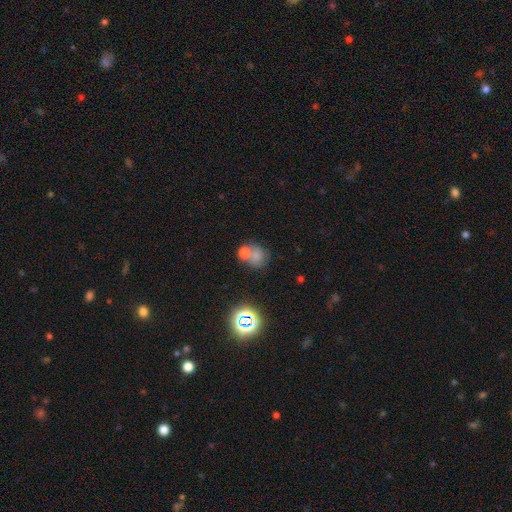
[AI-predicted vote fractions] Smooth or featured?
  - smooth: 66% *
  - star or artifact: 18%
  - featured or disk: 16%
How rounded?
  - round: 72% *
  - in between: 27%
  - cigar-shaped: 1%
Merging?
  - merger: 44% *
  - none: 38%
  - minor disturbance: 11%
  - major disturbance: 7%